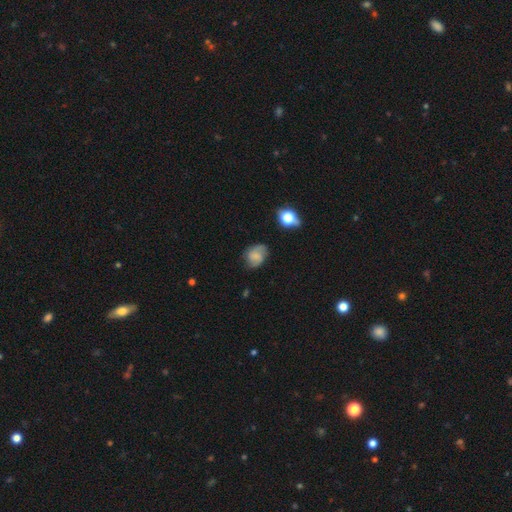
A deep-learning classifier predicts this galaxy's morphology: Smooth or featured? smooth (54%)
How rounded? in between (56%)
Merging? none (65%)